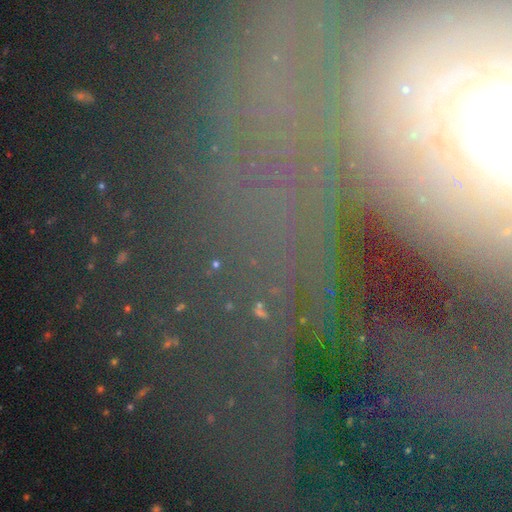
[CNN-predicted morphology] A star or artifact, not a galaxy (54%).

Vote fractions:
- Smooth or featured? star or artifact: 54% / featured or disk: 29% / smooth: 17%